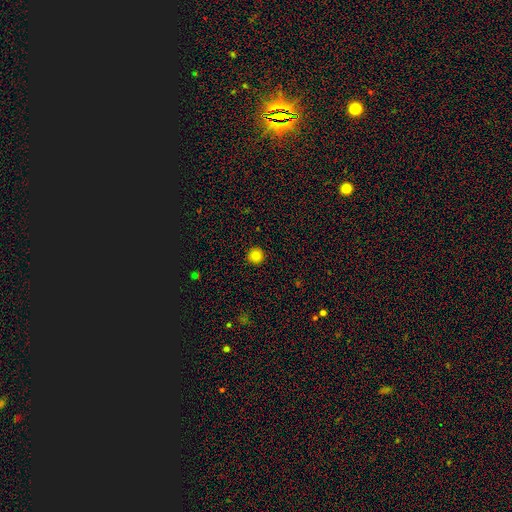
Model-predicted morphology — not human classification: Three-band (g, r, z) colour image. It shows a smooth galaxy with no disk features (85%) that is round (96%). Merging: none (93%).